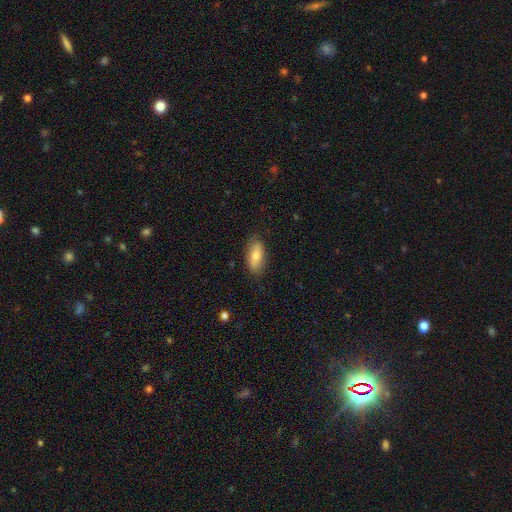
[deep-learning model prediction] Q: Smooth or featured?
A: smooth (77%); runner-up: featured or disk (17%)
Q: How rounded?
A: in between (85%); runner-up: cigar-shaped (12%)
Q: Merging?
A: none (84%); runner-up: minor disturbance (13%)